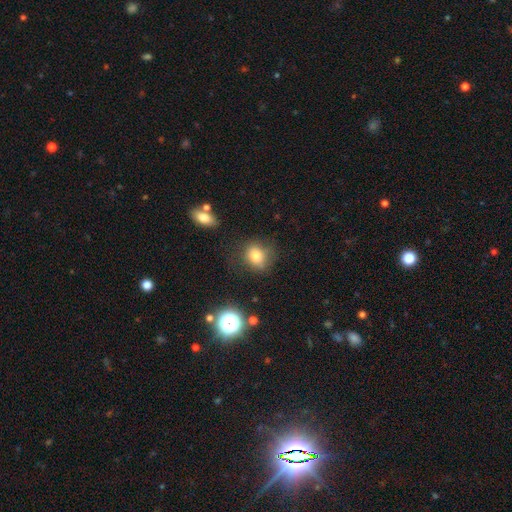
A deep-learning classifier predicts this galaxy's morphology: The model was most divided on "how rounded": round: 68%, in between: 31%, cigar-shaped: 1%. More confident: smooth or featured — smooth (77%); merging — none (70%).